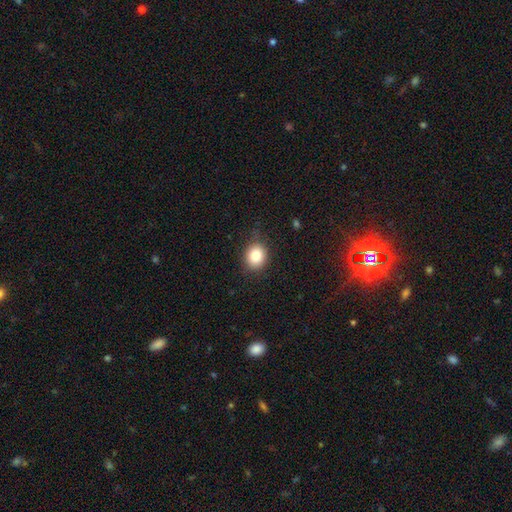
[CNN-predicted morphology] A smooth galaxy with no disk features (86%) that is round (65%).

Vote fractions:
- Smooth or featured? smooth: 86% / star or artifact: 9% / featured or disk: 5%
- How rounded? round: 65% / in between: 35% / cigar-shaped: 1%
- Merging? none: 79% / minor disturbance: 16% / major disturbance: 4% / merger: 1%